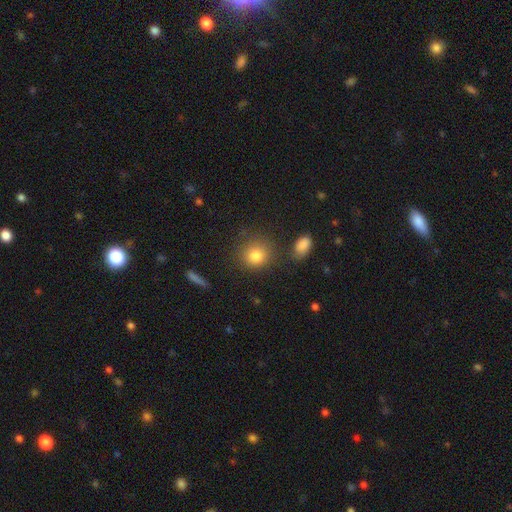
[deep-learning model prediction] This appears to be a smooth galaxy with no disk features (83%) that is round (84%). Merging: none (78%).